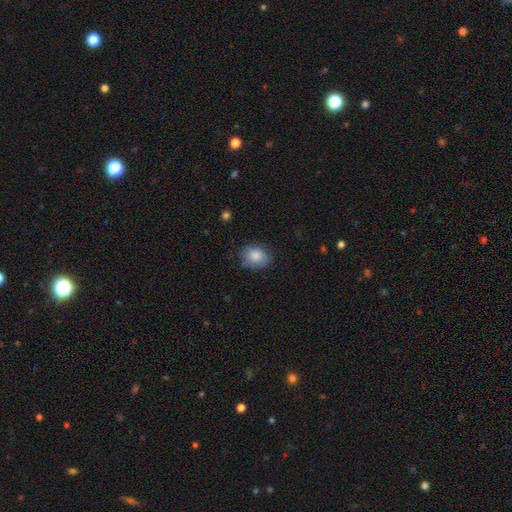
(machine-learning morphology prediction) smooth-or-featured: smooth: 85% | featured or disk: 8% | star or artifact: 8%
  how-rounded: in between: 53% | round: 46% | cigar-shaped: 1%
  merging: none: 74% | minor disturbance: 20% | major disturbance: 5% | merger: 1%